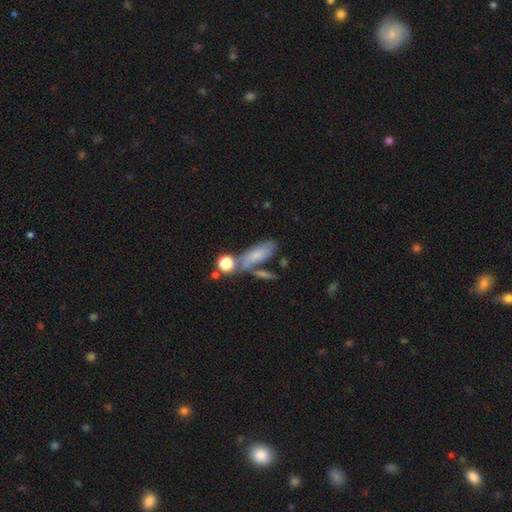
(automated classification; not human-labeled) Q: Smooth or featured?
A: smooth (66%); runner-up: featured or disk (24%)
Q: How rounded?
A: in between (67%); runner-up: cigar-shaped (27%)
Q: Merging?
A: none (43%); runner-up: merger (28%)